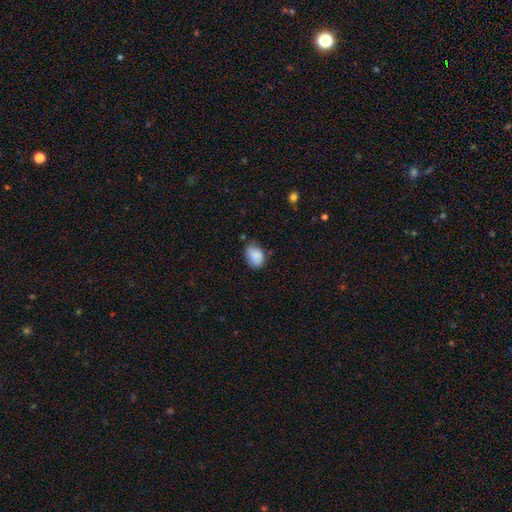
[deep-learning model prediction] Overall: smooth (86%). How rounded: in between (76%). Merging: none (62%; minor disturbance 30%).